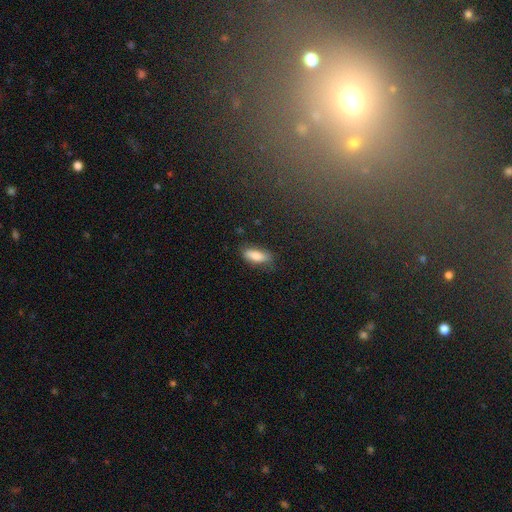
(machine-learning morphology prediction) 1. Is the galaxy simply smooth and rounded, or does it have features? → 79% smooth, 14% featured or disk, 7% star or artifact.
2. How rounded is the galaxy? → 74% in between, 24% cigar-shaped, 2% round.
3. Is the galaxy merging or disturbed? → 78% none, 17% minor disturbance, 4% major disturbance, 2% merger.